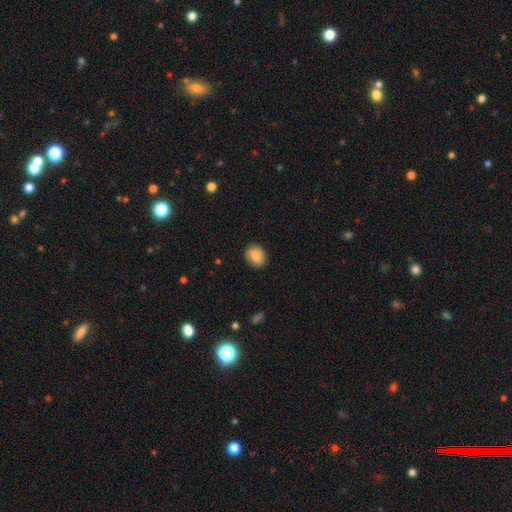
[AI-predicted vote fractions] The model was most divided on "how rounded": in between: 51%, round: 48%, cigar-shaped: 1%. More confident: merging — none (85%); smooth or featured — smooth (82%).